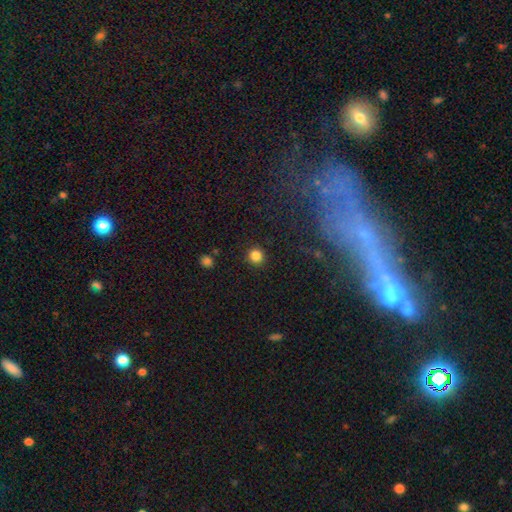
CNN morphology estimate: smooth_or_featured: smooth (p=0.84) [alt: star or artifact p=0.12]
how_rounded: round (p=0.94) [alt: in between p=0.05]
merging: none (p=0.91) [alt: minor disturbance p=0.05]